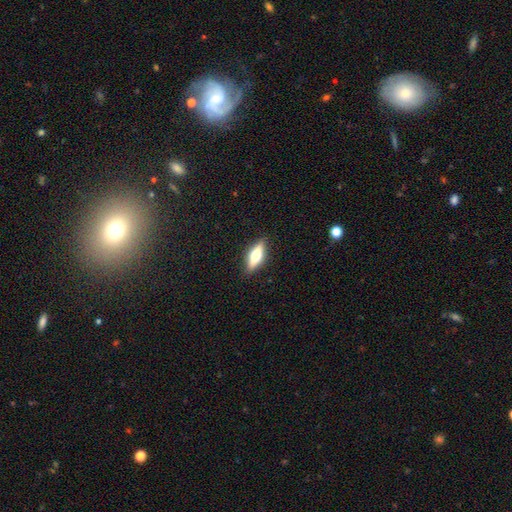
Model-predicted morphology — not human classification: Smooth or featured: featured or disk — 50% (smooth — 43%)
Merging: none — 88% (minor disturbance — 9%)